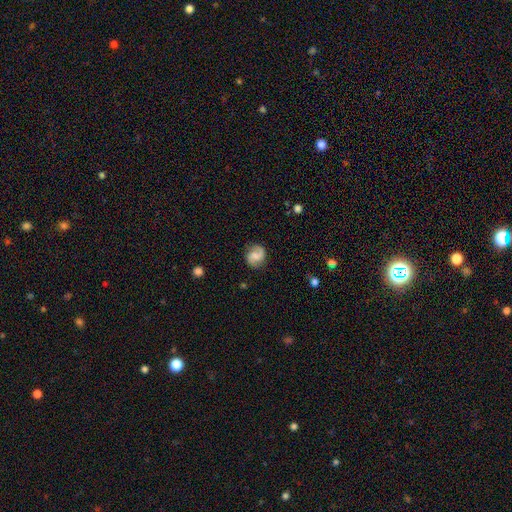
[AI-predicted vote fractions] Smooth or featured? featured or disk (61%)
Edge-on disk? no (98%)
Bar? weak (45%)
Spiral arms? yes (94%)
Spiral winding? medium (44%)
Spiral arm count? 2 (88%)
Bulge size? none (31%)
Merging? none (80%)